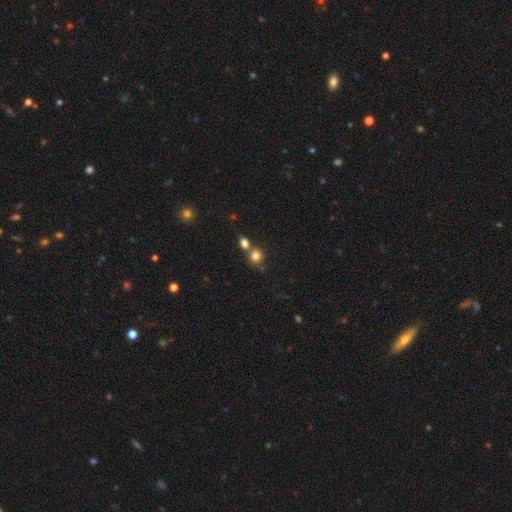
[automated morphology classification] A smooth galaxy with no disk features (80%) that is round (84%). Merging: none (55%).